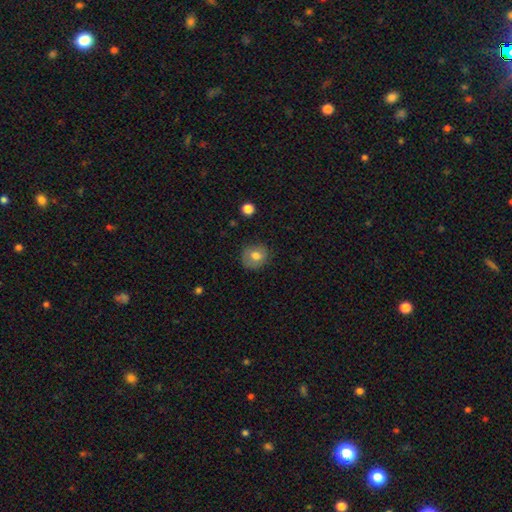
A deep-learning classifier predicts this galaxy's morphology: This appears to be a smooth galaxy with no disk features (75%) that is round (78%). Merging: none (75%).